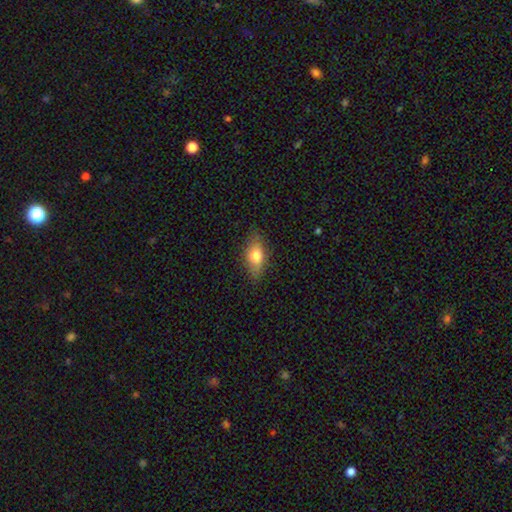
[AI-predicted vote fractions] Smooth or featured? smooth (74%)
How rounded? in between (82%)
Merging? none (79%)